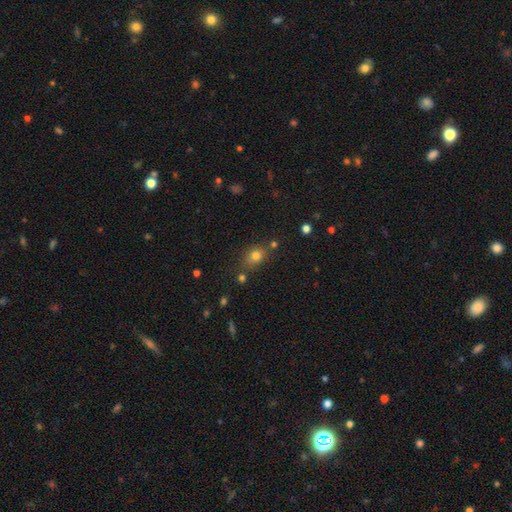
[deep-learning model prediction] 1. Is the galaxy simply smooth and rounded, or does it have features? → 75% smooth, 15% star or artifact, 9% featured or disk.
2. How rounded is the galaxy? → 53% in between, 45% round, 2% cigar-shaped.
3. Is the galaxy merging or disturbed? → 70% none, 15% minor disturbance, 10% merger, 5% major disturbance.